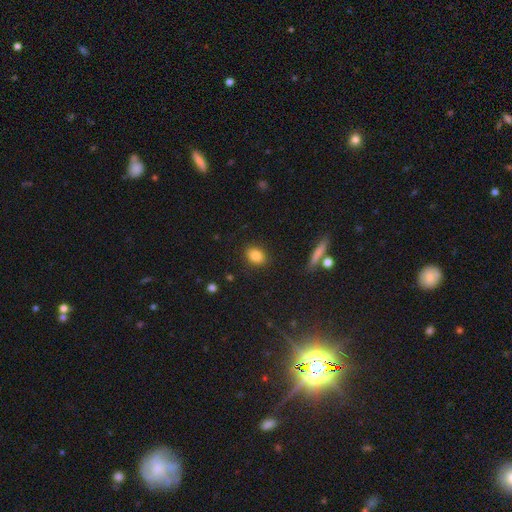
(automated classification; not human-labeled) Overall: smooth (84%). How rounded: in between (69%; round 29%). Merging: none (88%).